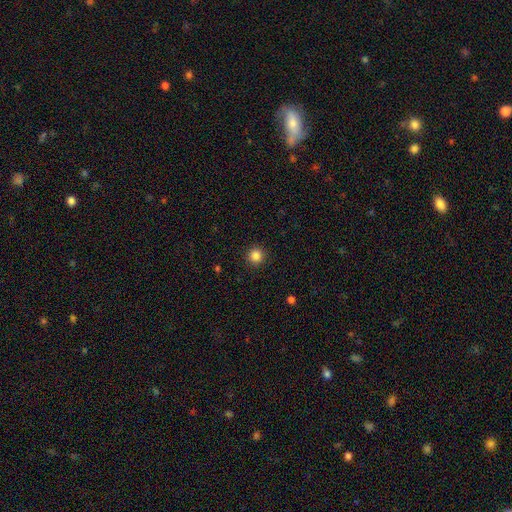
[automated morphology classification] smooth 85%, star or artifact 11%, featured or disk 4%. Down the decision tree: how rounded — round (95%); merging — none (92%).